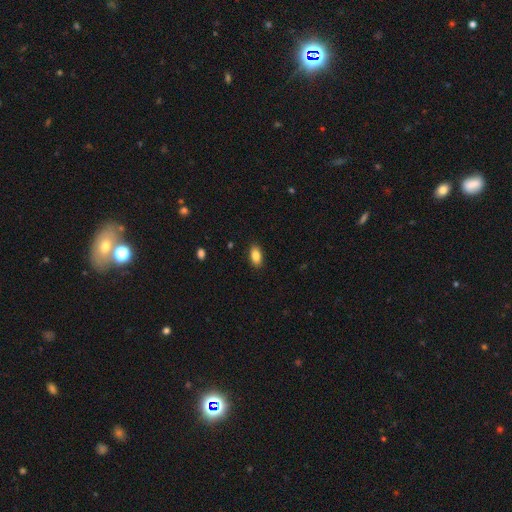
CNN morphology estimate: A smooth galaxy with no disk features (86%) that is in between round and cigar-shaped (91%). Merging: none (89%).